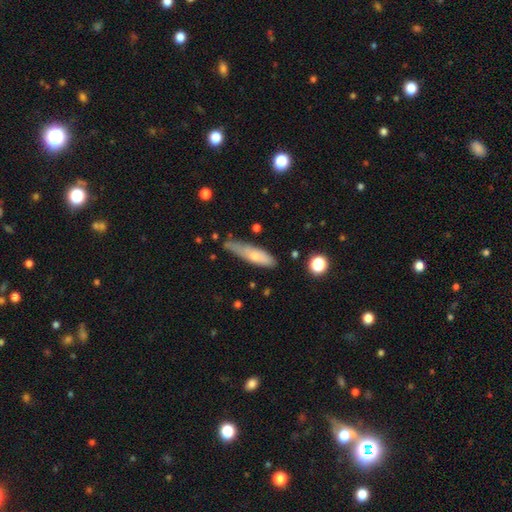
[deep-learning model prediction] This is likely a smooth galaxy (67%). How rounded: likely cigar-shaped (74%). Merging: possibly none (51%).